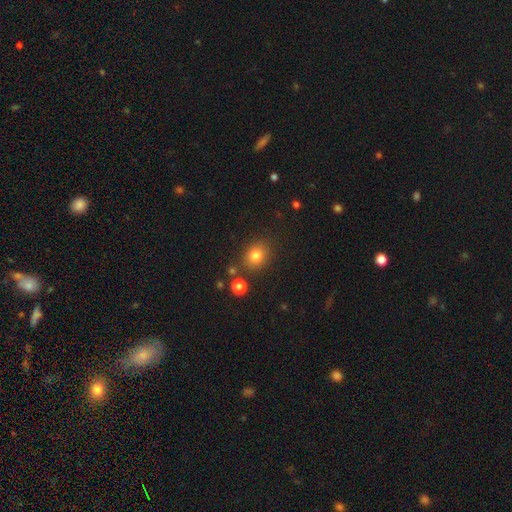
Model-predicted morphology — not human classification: smooth-or-featured: smooth: 81% | star or artifact: 12% | featured or disk: 7%
  how-rounded: round: 62% | in between: 37% | cigar-shaped: 1%
  merging: none: 80% | minor disturbance: 11% | merger: 6% | major disturbance: 3%